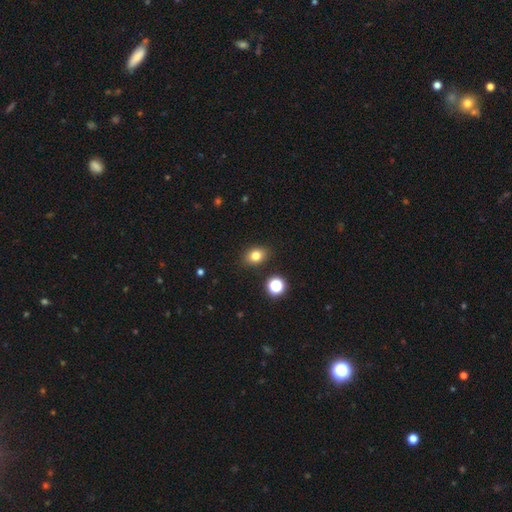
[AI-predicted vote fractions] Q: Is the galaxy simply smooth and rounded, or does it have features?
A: smooth — 79%.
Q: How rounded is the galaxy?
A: in between — 59%.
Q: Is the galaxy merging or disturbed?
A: none — 86%.